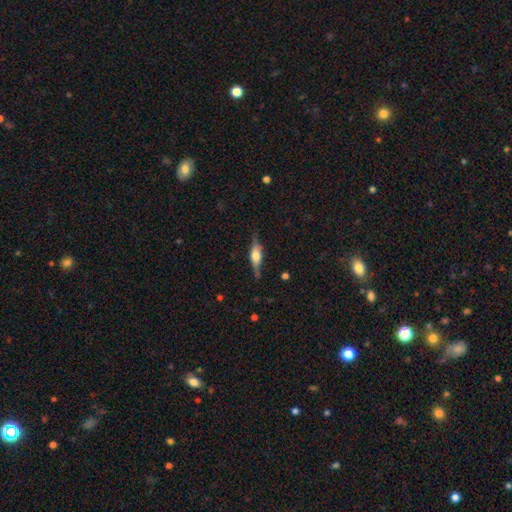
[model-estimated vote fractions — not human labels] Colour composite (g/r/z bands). It shows a featured or disk galaxy (59%) viewed edge-on (94%) with a rounded central bulge (85%). Merging: none (77%).